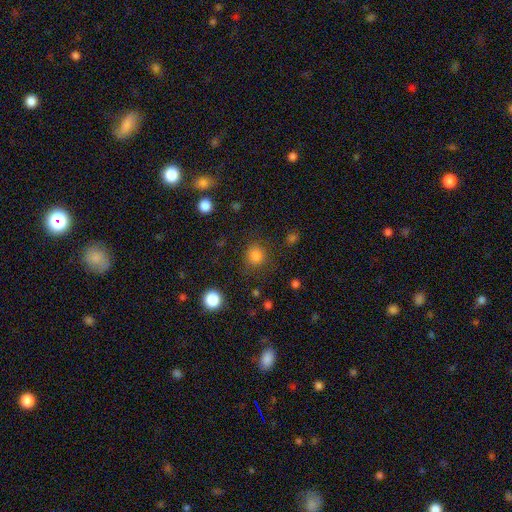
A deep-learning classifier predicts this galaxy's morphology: Smooth or featured: smooth — 82% (star or artifact — 14%)
How rounded: round — 88% (in between — 11%)
Merging: none — 81% (minor disturbance — 11%)